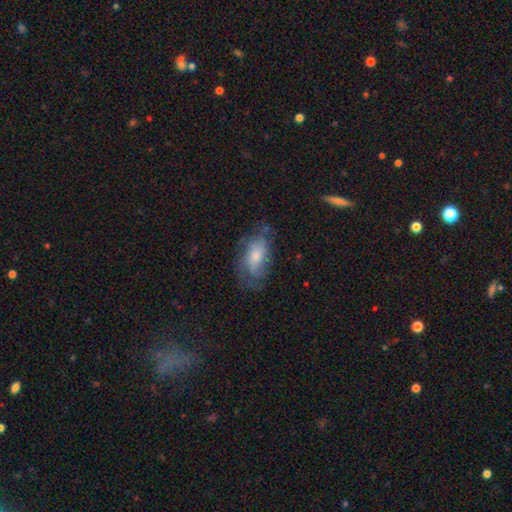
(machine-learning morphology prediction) A smooth galaxy with no disk features (46%, tied with featured or disk). Merging: none (53%).